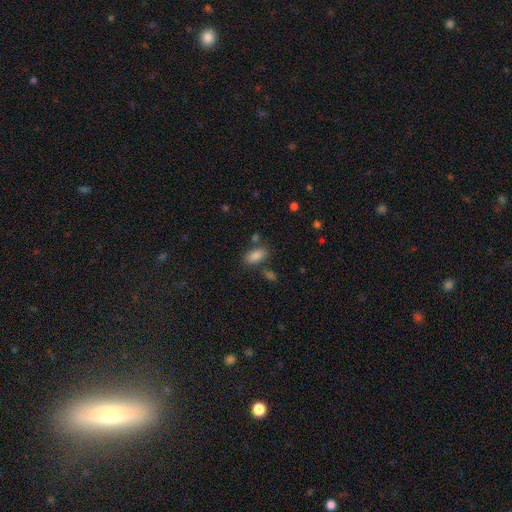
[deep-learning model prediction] A smooth galaxy with no disk features (85%) that is in between round and cigar-shaped (90%). Merging: none (72%).